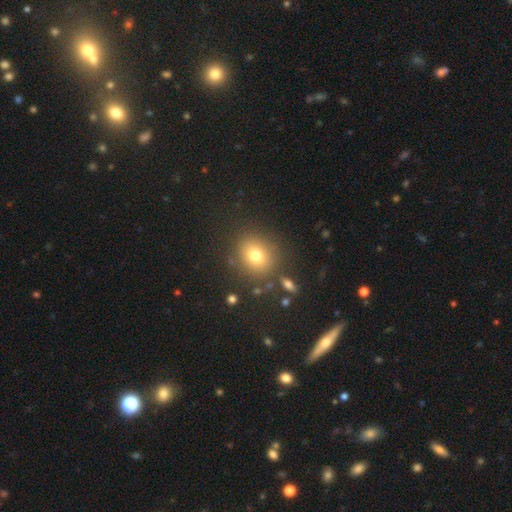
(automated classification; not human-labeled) smooth 75%, star or artifact 14%, featured or disk 11%. Down the decision tree: how rounded — round (75%); merging — none (82%).